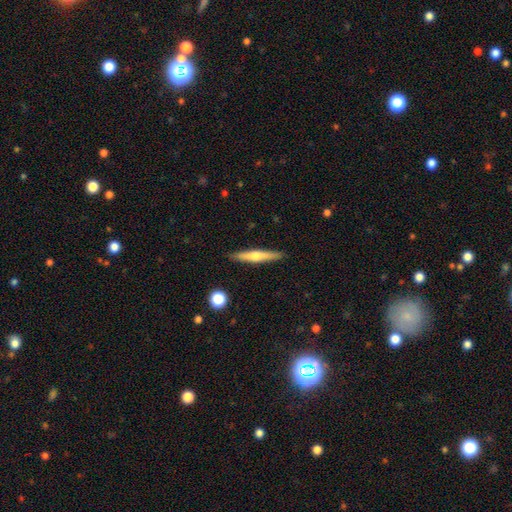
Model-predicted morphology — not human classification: Smooth or featured?
  - featured or disk: 54% *
  - smooth: 40%
  - star or artifact: 6%
Edge-on disk?
  - yes: 97% *
  - no: 3%
Edge-on bulge?
  - rounded: 84% *
  - none: 11%
  - boxy: 5%
Merging?
  - none: 91% *
  - minor disturbance: 7%
  - major disturbance: 1%
  - merger: 1%